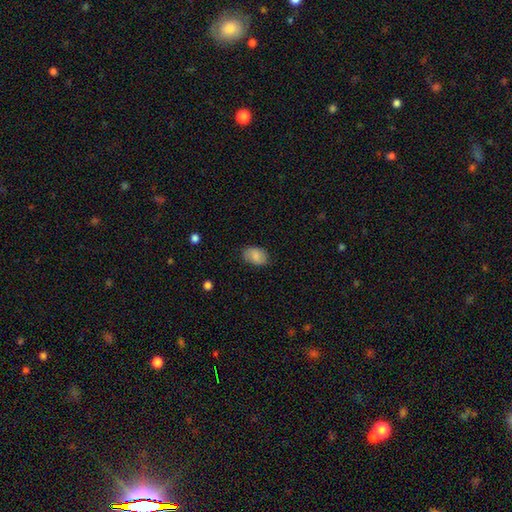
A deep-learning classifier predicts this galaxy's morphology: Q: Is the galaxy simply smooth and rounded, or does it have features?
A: smooth — 82%.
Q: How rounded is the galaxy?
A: in between — 85%.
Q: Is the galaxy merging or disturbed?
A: none — 78%.